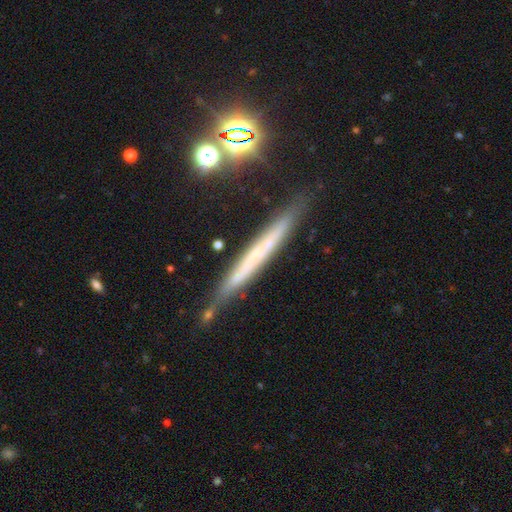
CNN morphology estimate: Q: Smooth or featured?
A: featured or disk (51%); runner-up: smooth (37%)
Q: Edge-on disk?
A: yes (93%); runner-up: no (7%)
Q: Merging?
A: none (82%); runner-up: minor disturbance (12%)